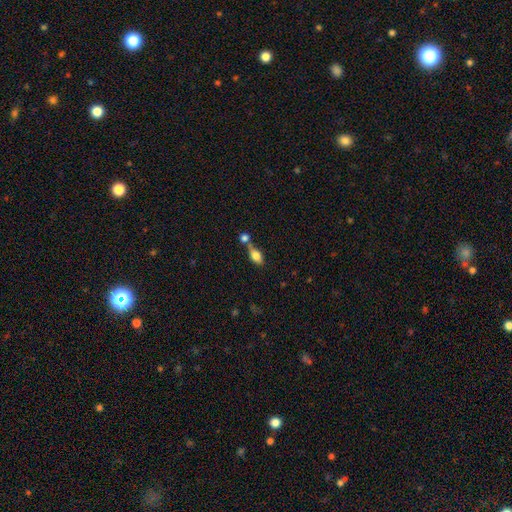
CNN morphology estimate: This appears to be a smooth galaxy with no disk features (77%) that is in between round and cigar-shaped (82%). Merging: merger (43%).